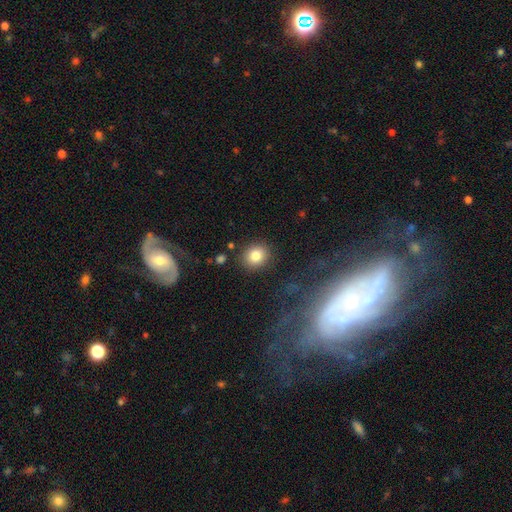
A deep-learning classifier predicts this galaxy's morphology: This is clearly a smooth galaxy (82%). How rounded: likely round (73%). Merging: clearly none (87%).